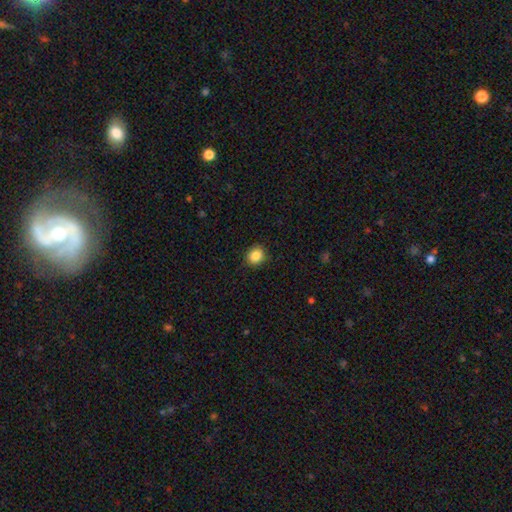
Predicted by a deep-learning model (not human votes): Overall: smooth (86%). How rounded: round (76%). Merging: none (88%).